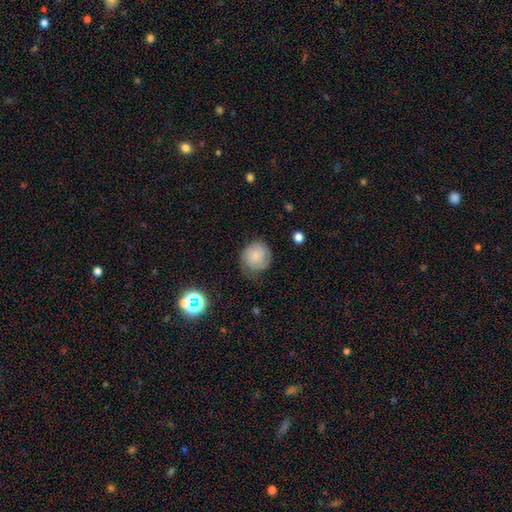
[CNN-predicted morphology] This is possibly a smooth galaxy (50%). How rounded: clearly round (85%). Merging: likely none (64%).